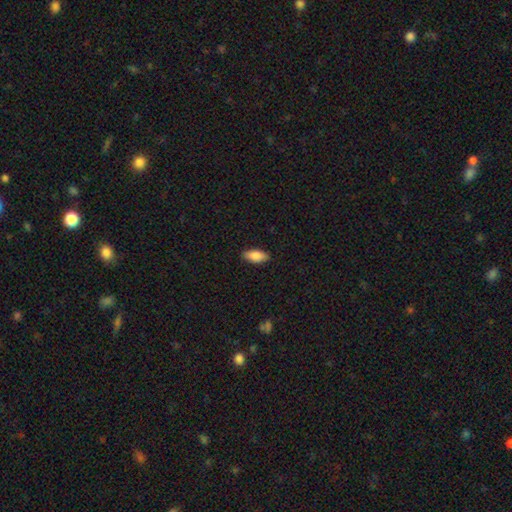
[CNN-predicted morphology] Smooth or featured? smooth (87%)
How rounded? in between (90%)
Merging? none (88%)